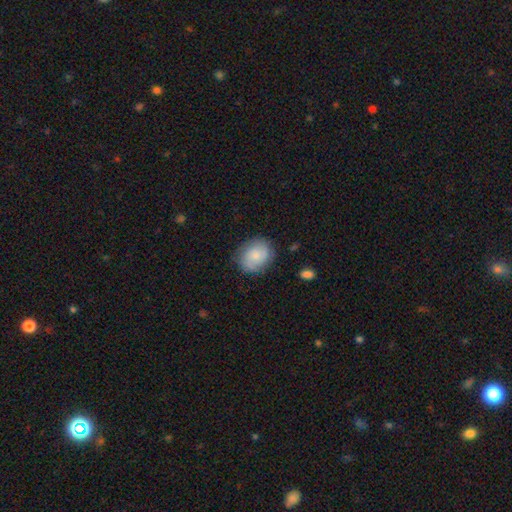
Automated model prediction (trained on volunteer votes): smooth-or-featured: smooth: 73% | featured or disk: 20% | star or artifact: 7%
  how-rounded: round: 57% | in between: 42% | cigar-shaped: 1%
  merging: none: 77% | minor disturbance: 17% | major disturbance: 4% | merger: 2%